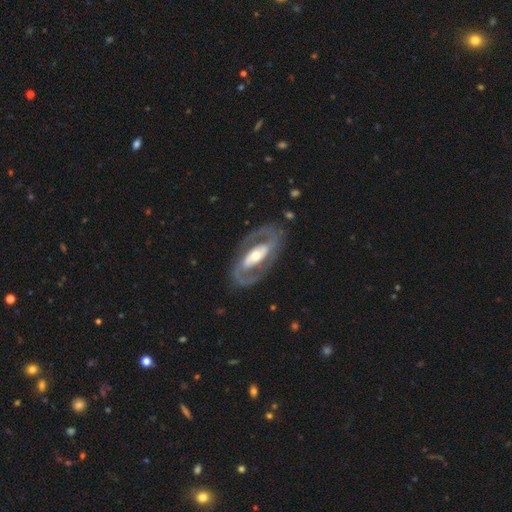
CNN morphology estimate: Overall: featured or disk (88%). Edge-on disk: no (95%). Bar: strong (45%; no 29%). Spiral arms: yes (88%). Spiral arm count: 2 (91%). Spiral winding: medium (51%; tight 32%). Bulge size: moderate (60%; small 27%). Merging: none (83%).